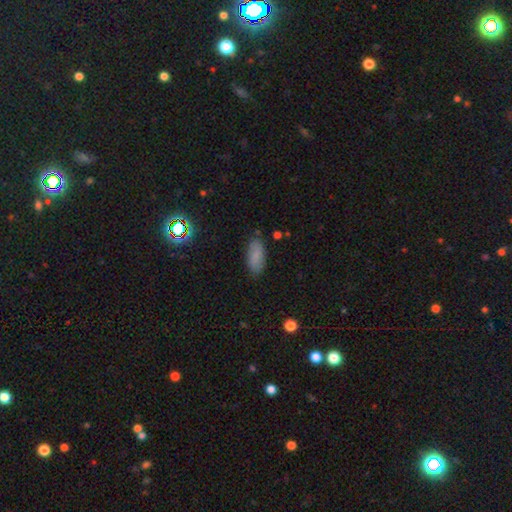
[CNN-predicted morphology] This is clearly a smooth galaxy (81%). How rounded: clearly in between (85%). Merging: clearly none (82%).